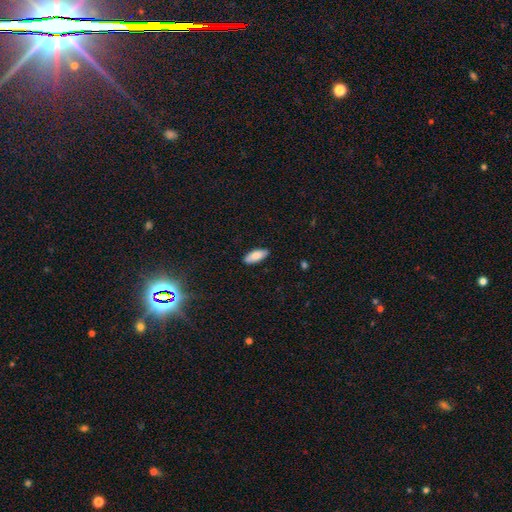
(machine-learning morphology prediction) This appears to be a smooth galaxy with no disk features (83%) that is in between round and cigar-shaped (81%). Merging: none (88%).